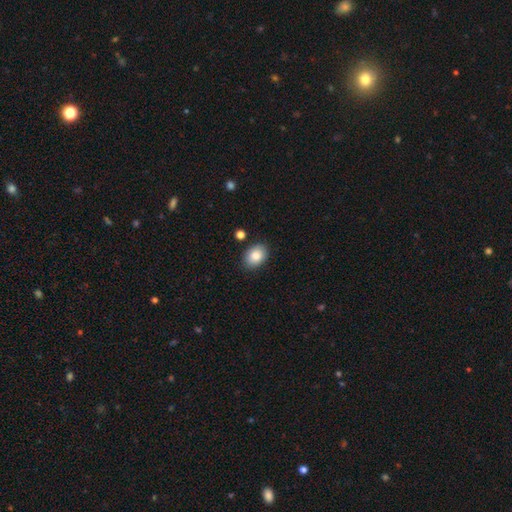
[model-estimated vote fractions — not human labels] Smooth or featured? smooth (84%)
How rounded? in between (77%)
Merging? none (86%)